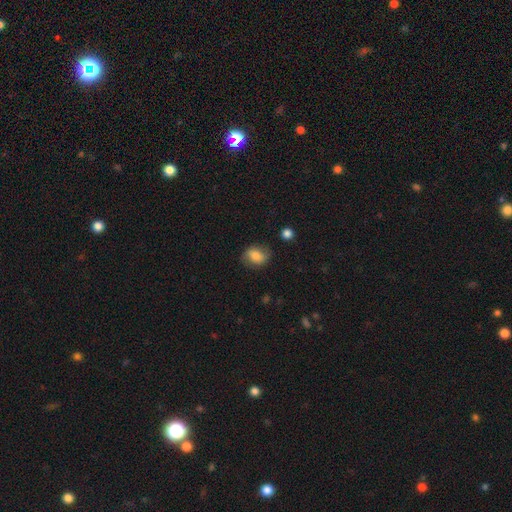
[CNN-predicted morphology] Smooth or featured: smooth — 76% (featured or disk — 16%)
How rounded: in between — 57% (round — 41%)
Merging: none — 73% (minor disturbance — 19%)